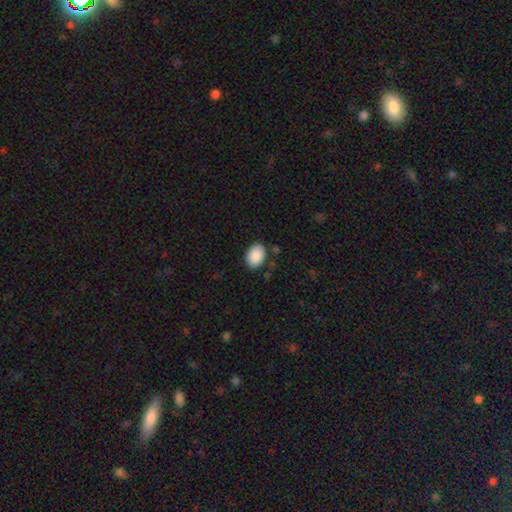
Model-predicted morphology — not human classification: Smooth or featured: smooth — 90% (star or artifact — 7%)
How rounded: in between — 84% (round — 15%)
Merging: none — 83% (minor disturbance — 12%)